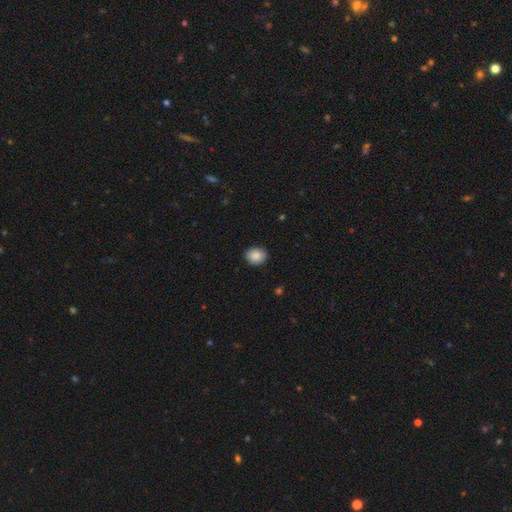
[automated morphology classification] The model was most divided on "how rounded": round: 57%, in between: 42%, cigar-shaped: 1%. More confident: smooth or featured — smooth (88%); merging — none (87%).